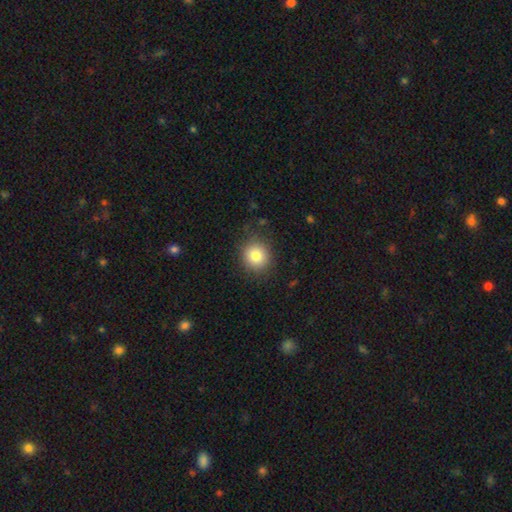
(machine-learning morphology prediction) A smooth galaxy with no disk features (82%) that is round (86%). Merging: none (86%).